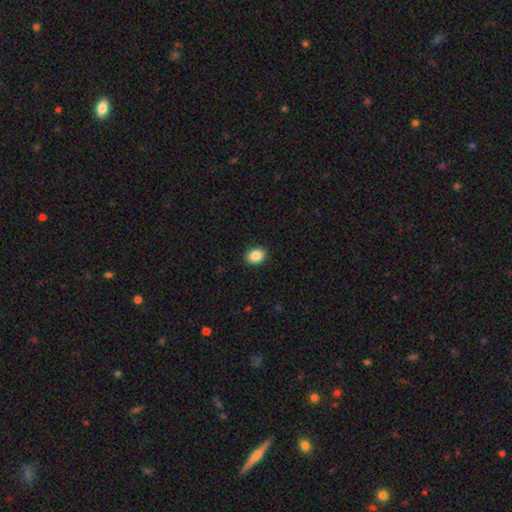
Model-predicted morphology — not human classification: smooth 87%, star or artifact 8%, featured or disk 4%. Down the decision tree: how rounded — in between (70%); merging — none (91%).